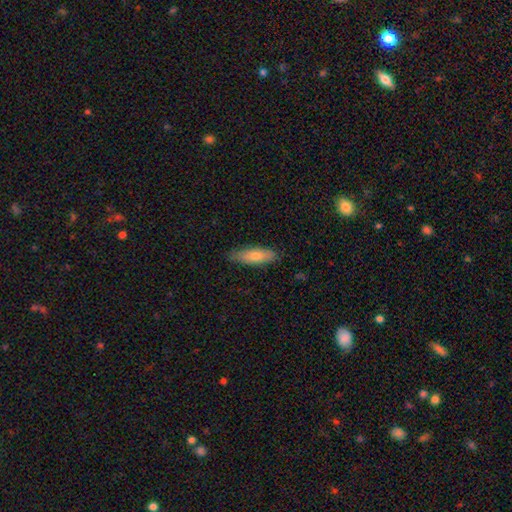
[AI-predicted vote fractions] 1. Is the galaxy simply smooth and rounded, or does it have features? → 72% smooth, 22% featured or disk, 6% star or artifact.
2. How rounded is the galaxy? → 56% cigar-shaped, 42% in between, 2% round.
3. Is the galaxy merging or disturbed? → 84% none, 13% minor disturbance, 2% major disturbance, 1% merger.